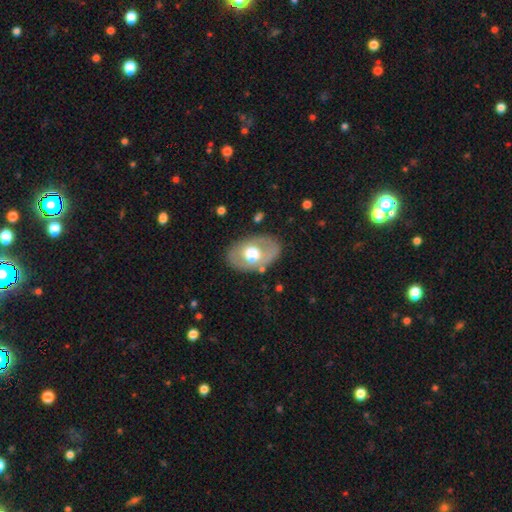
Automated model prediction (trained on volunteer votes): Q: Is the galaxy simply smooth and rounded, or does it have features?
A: featured or disk — 48%.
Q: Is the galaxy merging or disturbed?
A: none — 80%.